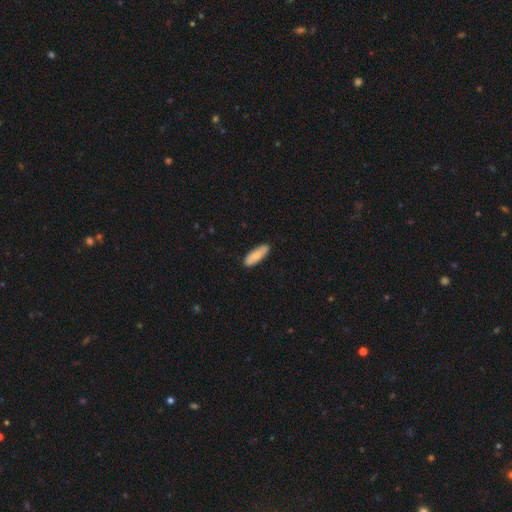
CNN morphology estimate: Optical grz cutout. It shows a smooth galaxy with no disk features (80%) that is in between round and cigar-shaped (52%). Merging: none (87%).